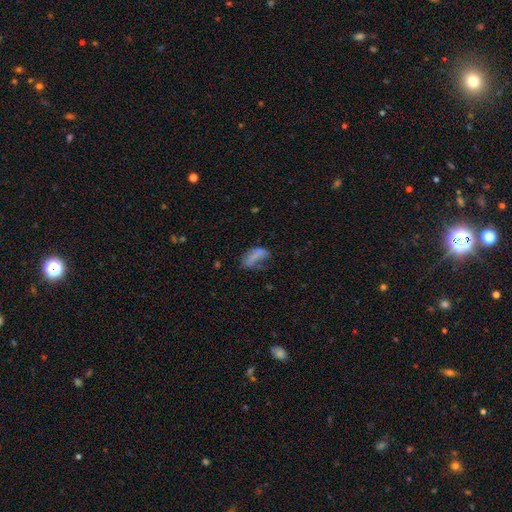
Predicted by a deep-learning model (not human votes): Q: Smooth or featured?
A: smooth (61%); runner-up: featured or disk (26%)
Q: How rounded?
A: in between (87%); runner-up: cigar-shaped (8%)
Q: Merging?
A: major disturbance (36%); runner-up: none (31%)